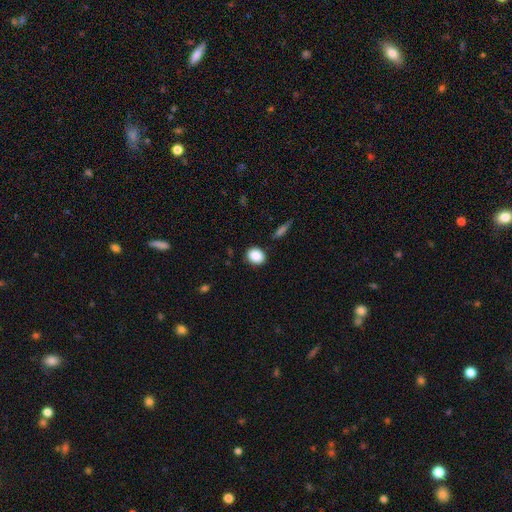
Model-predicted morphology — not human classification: Smooth or featured? smooth (88%)
How rounded? round (57%)
Merging? none (86%)